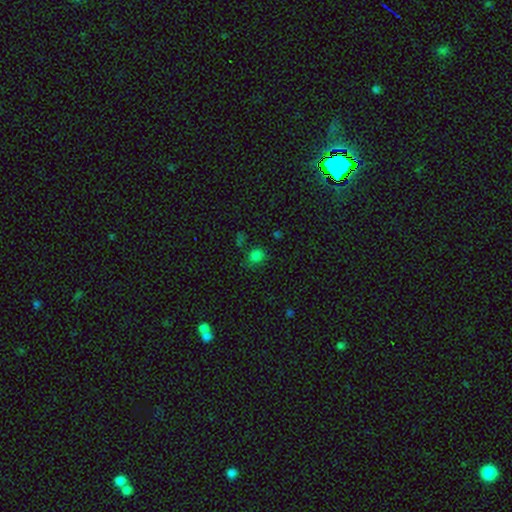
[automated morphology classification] A smooth galaxy with no disk features (74%) that is round (62%). Merging: none (70%).